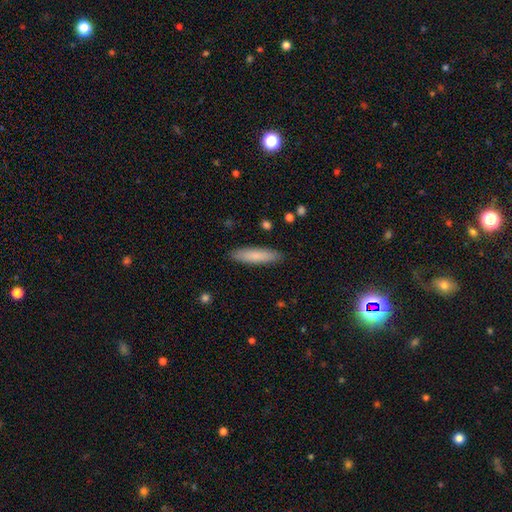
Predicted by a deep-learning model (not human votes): A smooth galaxy with no disk features (80%) that is cigar-shaped (77%).

Vote fractions:
- Smooth or featured? smooth: 80% / featured or disk: 14% / star or artifact: 6%
- How rounded? cigar-shaped: 77% / in between: 22% / round: 1%
- Merging? none: 89% / minor disturbance: 8% / major disturbance: 2% / merger: 1%